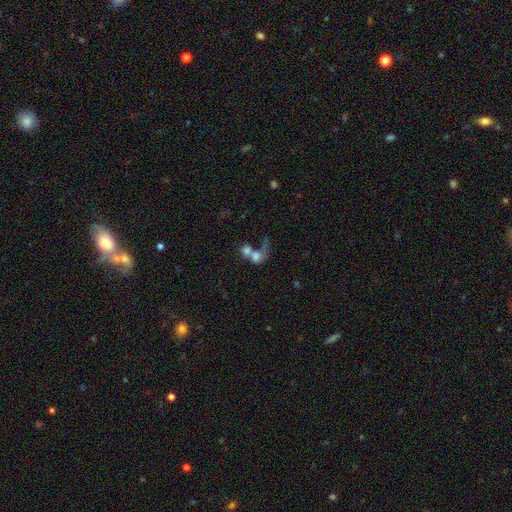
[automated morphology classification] Smooth or featured?
  - smooth: 61% *
  - featured or disk: 26%
  - star or artifact: 13%
How rounded?
  - round: 54% *
  - in between: 44%
  - cigar-shaped: 2%
Merging?
  - merger: 66% *
  - major disturbance: 15%
  - none: 13%
  - minor disturbance: 6%